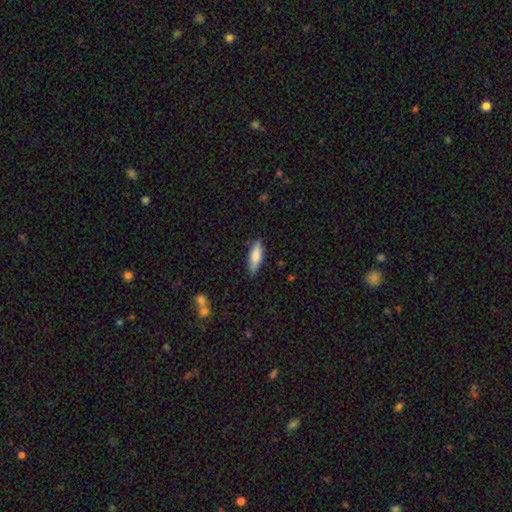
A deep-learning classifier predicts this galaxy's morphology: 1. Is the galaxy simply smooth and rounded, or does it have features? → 73% smooth, 21% featured or disk, 6% star or artifact.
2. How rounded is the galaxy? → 54% cigar-shaped, 44% in between, 2% round.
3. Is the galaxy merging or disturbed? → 83% none, 13% minor disturbance, 2% major disturbance, 2% merger.